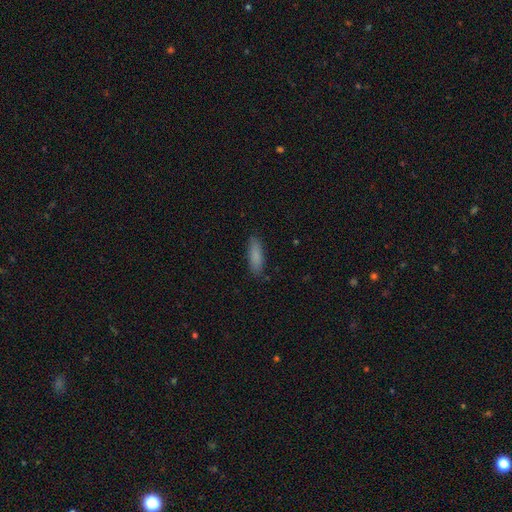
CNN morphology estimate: Smooth or featured? smooth (85%)
How rounded? cigar-shaped (52%)
Merging? none (85%)